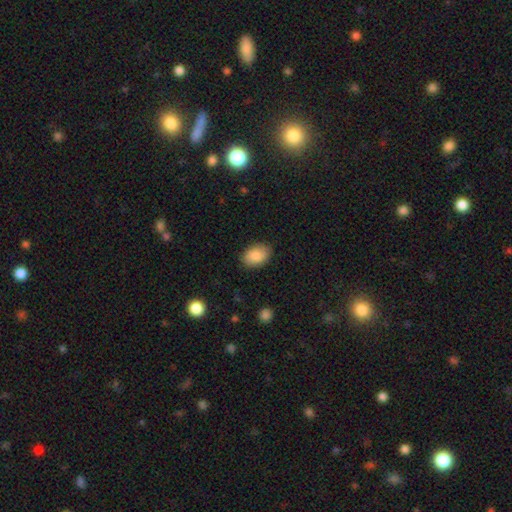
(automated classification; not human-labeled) Overall: smooth (87%). How rounded: in between (85%). Merging: none (86%).